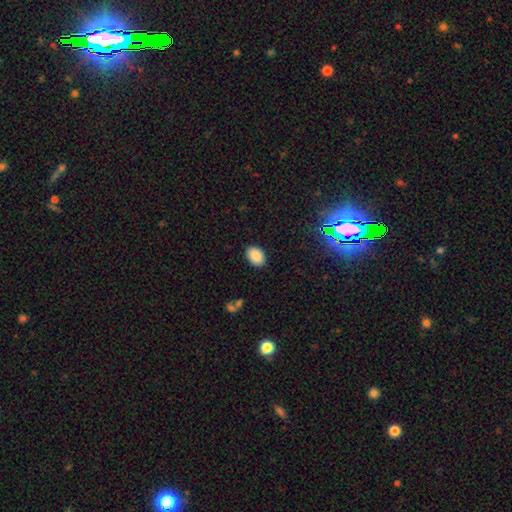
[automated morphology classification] Smooth or featured? smooth (88%)
How rounded? in between (81%)
Merging? none (89%)